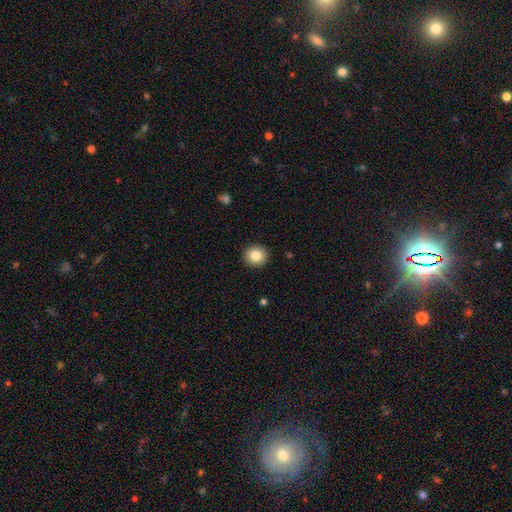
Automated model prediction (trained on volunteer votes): smooth-or-featured: smooth: 84% | star or artifact: 9% | featured or disk: 7%
  how-rounded: round: 90% | in between: 9% | cigar-shaped: 1%
  merging: none: 92% | minor disturbance: 5% | major disturbance: 2% | merger: 1%